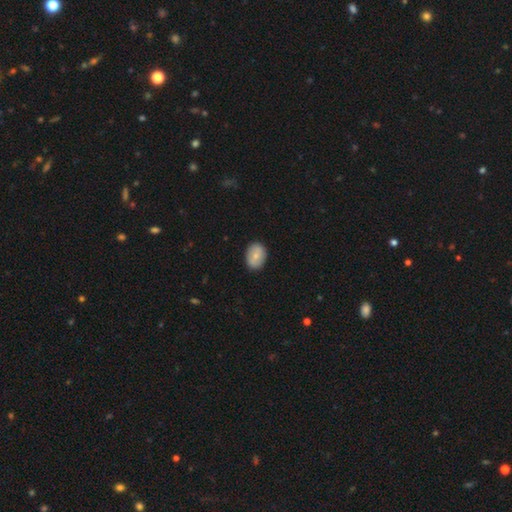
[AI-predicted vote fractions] A smooth galaxy with no disk features (72%) that is in between round and cigar-shaped (70%). Merging: none (86%).